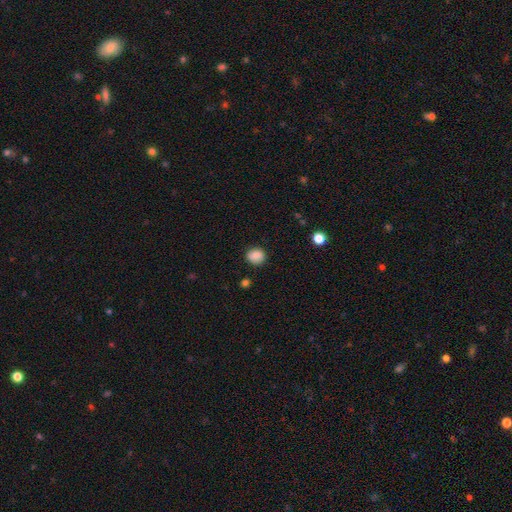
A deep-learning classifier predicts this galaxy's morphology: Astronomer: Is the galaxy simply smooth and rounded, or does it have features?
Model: smooth — 87%.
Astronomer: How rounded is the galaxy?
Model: round — 76%.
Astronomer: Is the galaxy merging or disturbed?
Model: none — 85%.